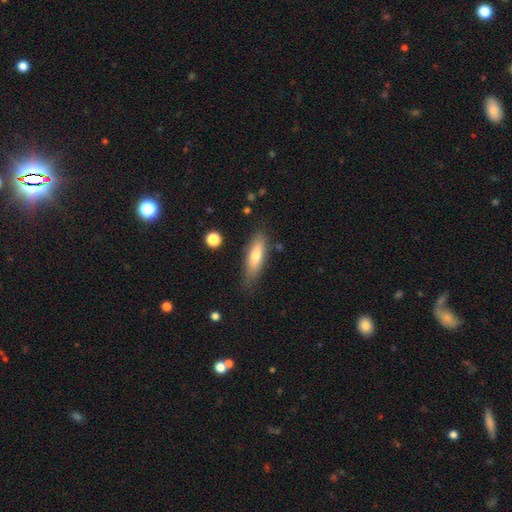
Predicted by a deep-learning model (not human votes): Morphology: type=smooth (68%); roundness=cigar-shaped (53%); merging=none (79%).